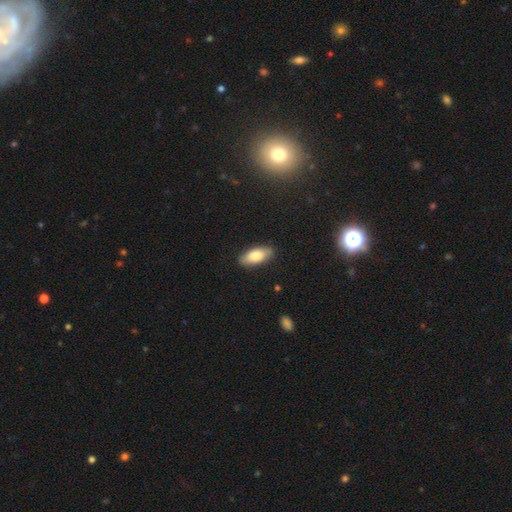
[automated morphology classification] type=smooth (82%); roundness=in between (88%); merging=none (87%).